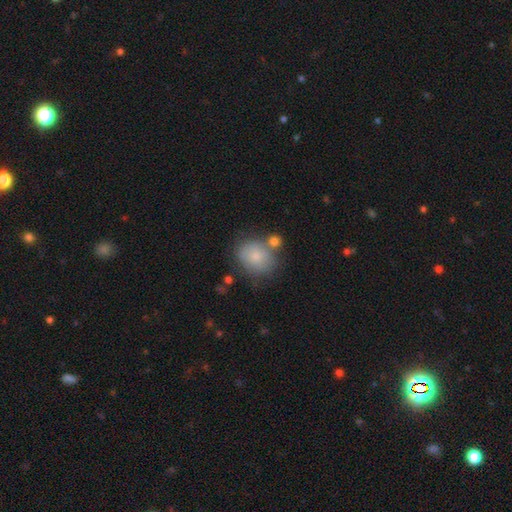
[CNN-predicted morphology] smooth-or-featured: smooth: 78% | featured or disk: 14% | star or artifact: 8%
  how-rounded: round: 70% | in between: 29% | cigar-shaped: 1%
  merging: none: 59% | minor disturbance: 19% | merger: 16% | major disturbance: 7%